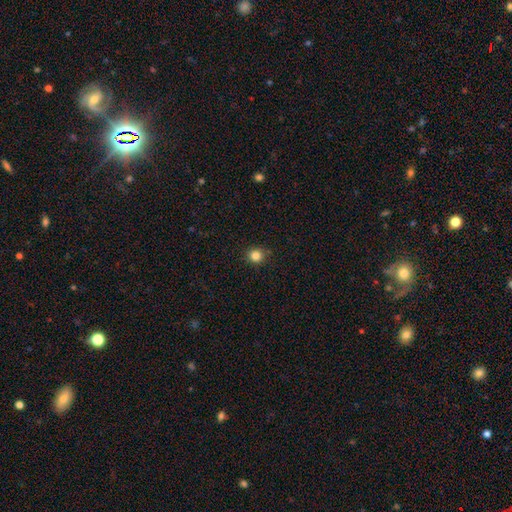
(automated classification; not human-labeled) Smooth or featured: smooth — 83% (star or artifact — 12%)
How rounded: round — 90% (in between — 9%)
Merging: none — 89% (minor disturbance — 8%)